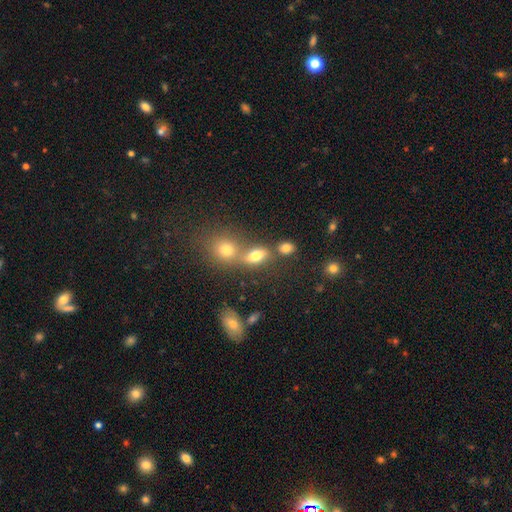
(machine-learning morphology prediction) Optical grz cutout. It shows a smooth galaxy with no disk features (73%) that is in between round and cigar-shaped (74%). Merging: none (50%).